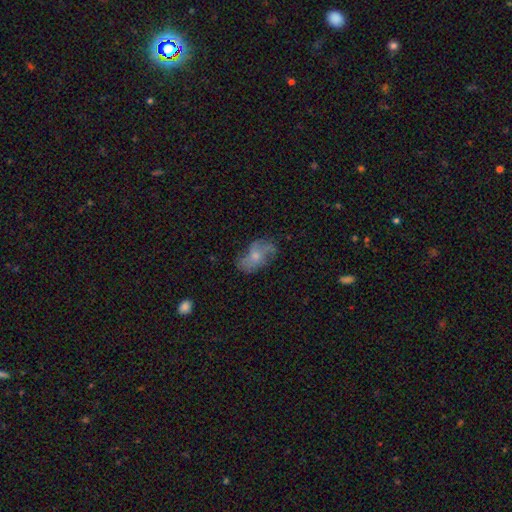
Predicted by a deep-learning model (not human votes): This is possibly a featured or disk galaxy (49%). Merging: possibly none (56%).